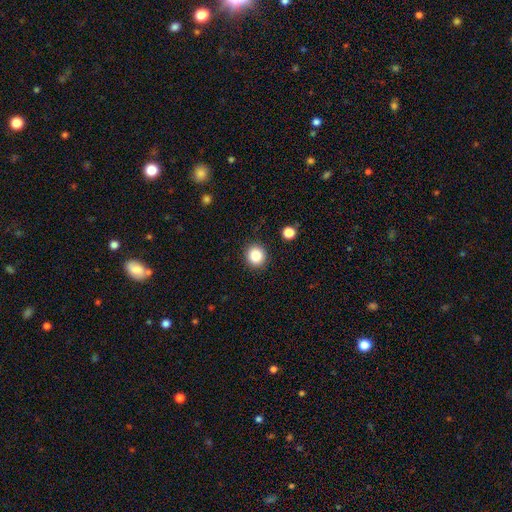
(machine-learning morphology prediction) Smooth or featured?
  - smooth: 84% *
  - star or artifact: 11%
  - featured or disk: 6%
How rounded?
  - round: 91% *
  - in between: 8%
  - cigar-shaped: 1%
Merging?
  - none: 91% *
  - minor disturbance: 6%
  - major disturbance: 2%
  - merger: 2%